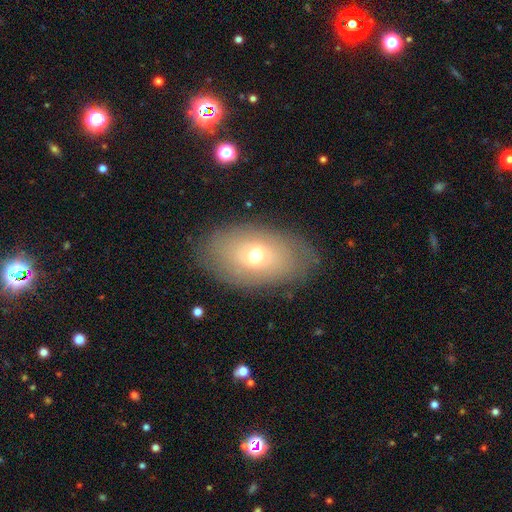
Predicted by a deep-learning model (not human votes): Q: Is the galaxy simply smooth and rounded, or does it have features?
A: smooth — 56%.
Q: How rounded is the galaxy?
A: in between — 87%.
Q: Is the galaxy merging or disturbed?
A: none — 82%.